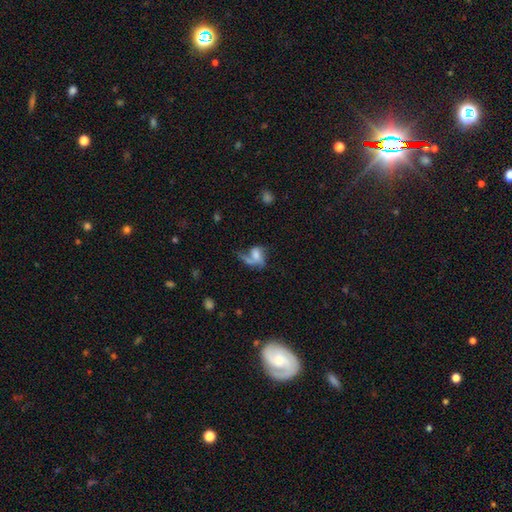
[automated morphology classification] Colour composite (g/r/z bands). It shows a featured or disk galaxy (53%) with no bar (58%), spiral arms (70%) and a moderate central bulge (33%). Merging: major disturbance (37%).